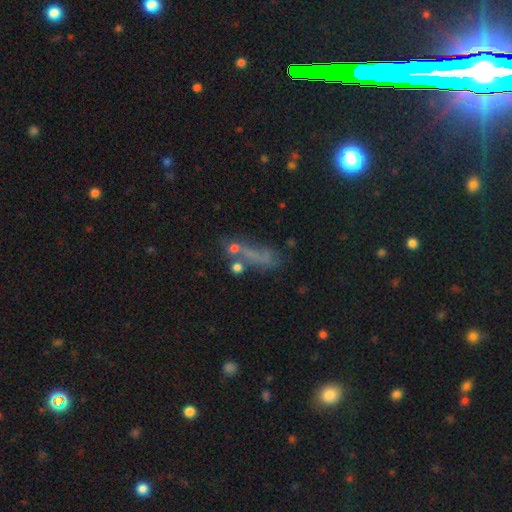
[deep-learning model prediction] Smooth or featured: smooth — 43% (star or artifact — 32%)
Merging: none — 41% (major disturbance — 23%)